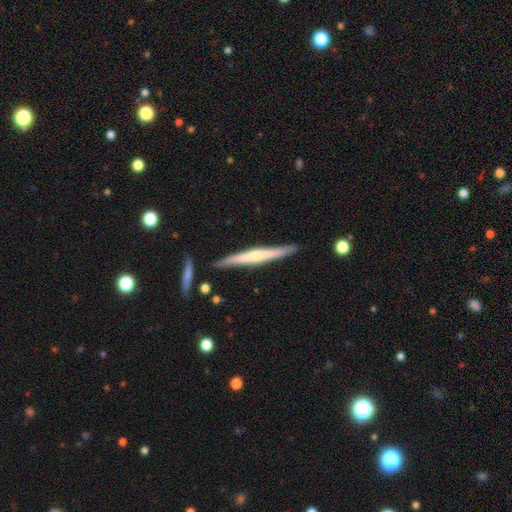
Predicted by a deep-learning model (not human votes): Q: Smooth or featured?
A: featured or disk (61%); runner-up: smooth (34%)
Q: Edge-on disk?
A: yes (97%); runner-up: no (3%)
Q: Edge-on bulge?
A: rounded (58%); runner-up: none (33%)
Q: Merging?
A: none (87%); runner-up: minor disturbance (9%)